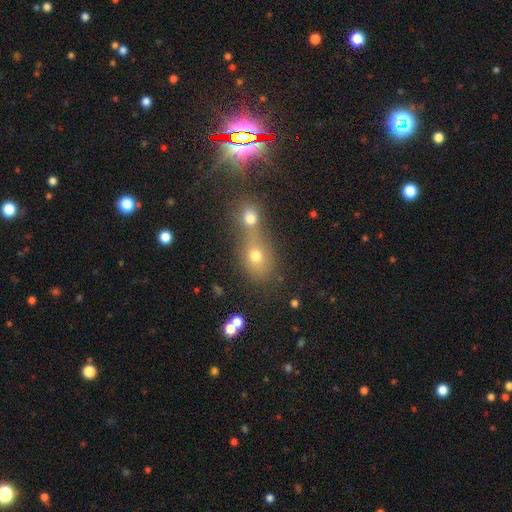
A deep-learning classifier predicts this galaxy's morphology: This is possibly a smooth galaxy (60%). How rounded: possibly round (49%). Merging: possibly merger (53%).